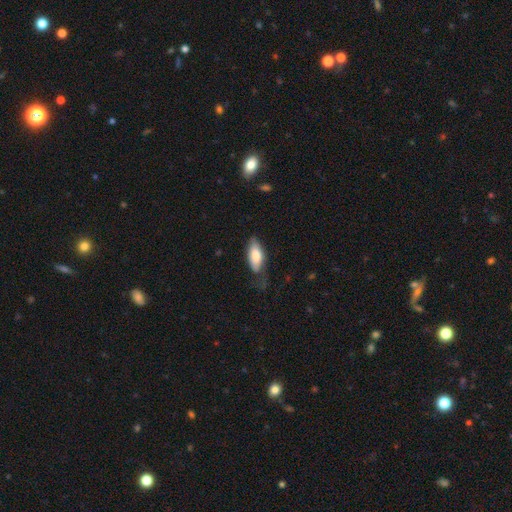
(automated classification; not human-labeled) Q: Smooth or featured?
A: smooth (76%); runner-up: featured or disk (18%)
Q: How rounded?
A: in between (86%); runner-up: cigar-shaped (12%)
Q: Merging?
A: none (49%); runner-up: minor disturbance (32%)